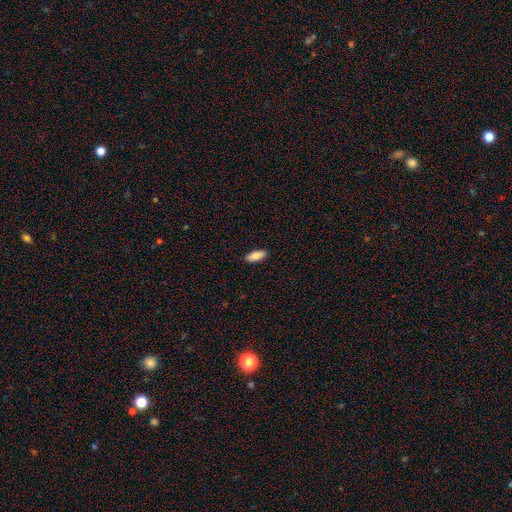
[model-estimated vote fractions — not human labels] Morphology: type=smooth (87%); roundness=in between (76%); merging=none (90%).